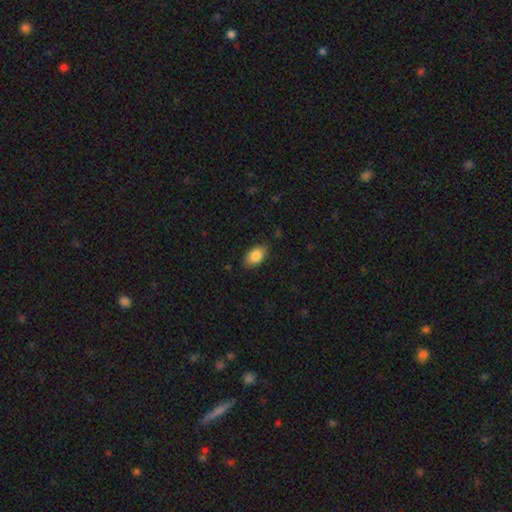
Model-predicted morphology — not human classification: The model was most divided on "merging": none: 82%, minor disturbance: 14%, major disturbance: 3%, merger: 1%. More confident: how rounded — in between (92%); smooth or featured — smooth (86%).